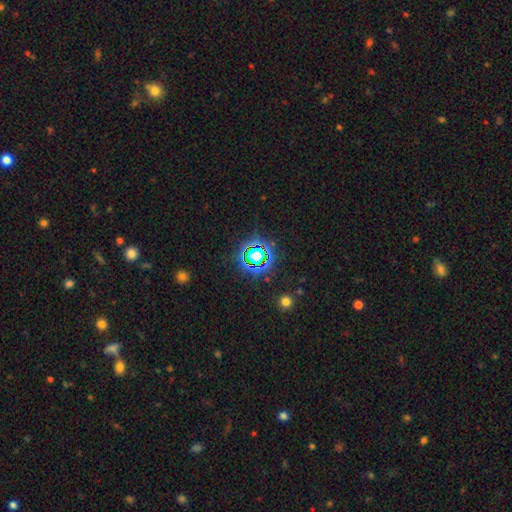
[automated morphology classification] smooth-or-featured: star or artifact: 72% | smooth: 18% | featured or disk: 10%